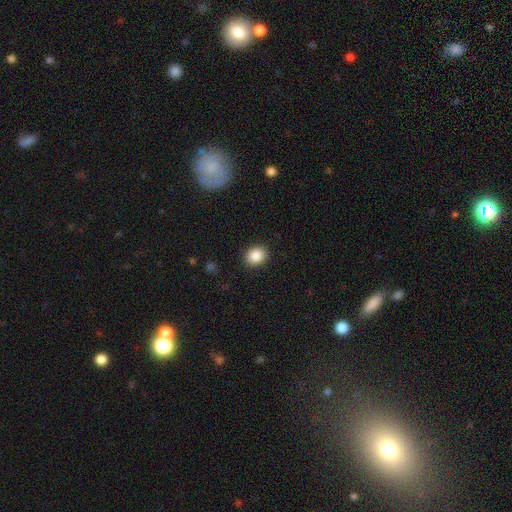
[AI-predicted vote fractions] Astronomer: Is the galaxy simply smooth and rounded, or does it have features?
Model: smooth — 88%.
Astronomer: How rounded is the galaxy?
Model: round — 59% (runner-up: in between, 41%).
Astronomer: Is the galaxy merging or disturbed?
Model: none — 89%.